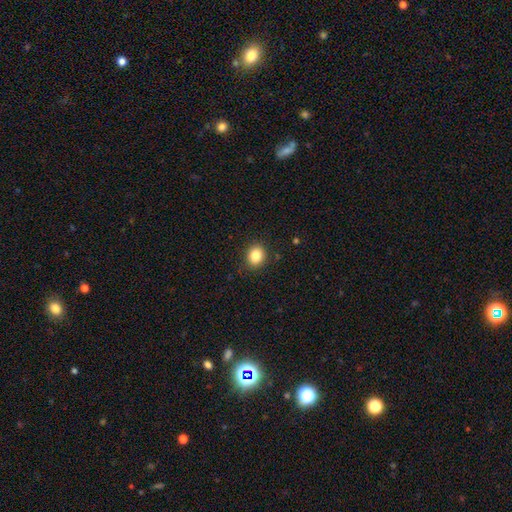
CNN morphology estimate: The model was most divided on "how rounded": round: 70%, in between: 29%, cigar-shaped: 1%. More confident: merging — none (87%); smooth or featured — smooth (84%).